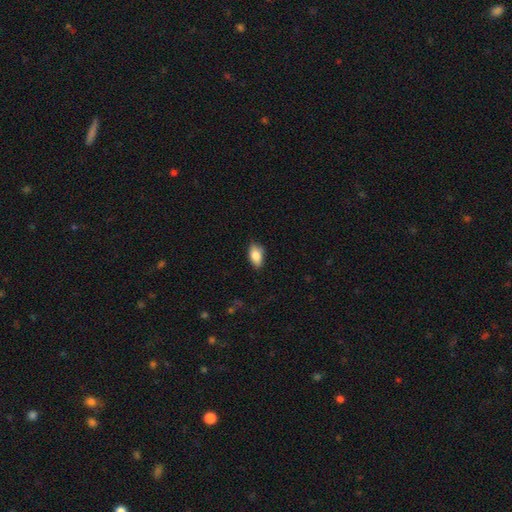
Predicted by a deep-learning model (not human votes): A smooth galaxy with no disk features (84%) that is in between round and cigar-shaped (90%).

Vote fractions:
- Smooth or featured? smooth: 84% / featured or disk: 9% / star or artifact: 7%
- How rounded? in between: 90% / round: 5% / cigar-shaped: 5%
- Merging? none: 82% / minor disturbance: 15% / major disturbance: 2% / merger: 1%